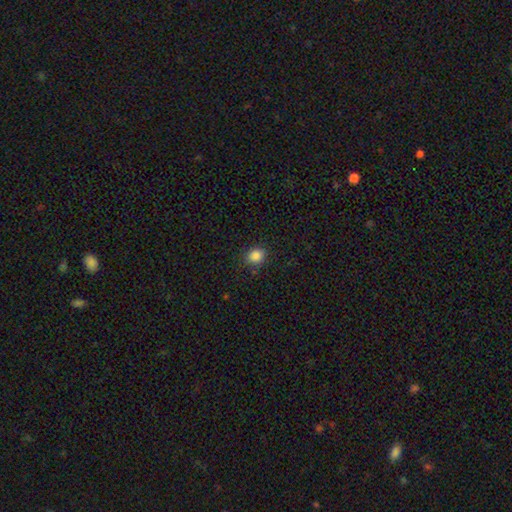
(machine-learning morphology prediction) A smooth galaxy with no disk features (85%) that is round (63%). Merging: none (84%).